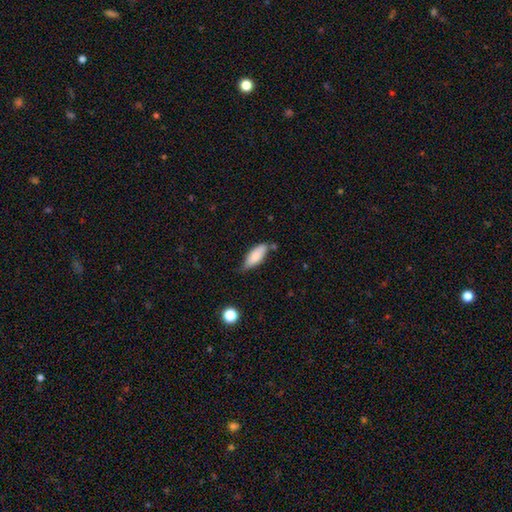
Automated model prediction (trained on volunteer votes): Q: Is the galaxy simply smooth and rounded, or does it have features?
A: smooth — 81%.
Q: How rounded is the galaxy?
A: in between — 77%.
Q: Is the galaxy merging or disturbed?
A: none — 55%.